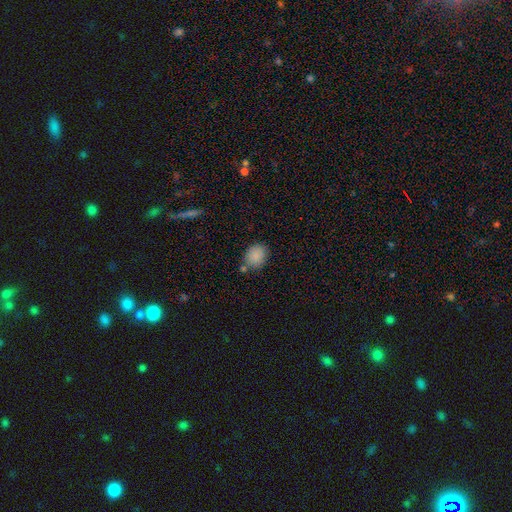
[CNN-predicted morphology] smooth_or_featured: smooth (p=0.87) [alt: star or artifact p=0.09]
how_rounded: round (p=0.55) [alt: in between p=0.44]
merging: none (p=0.72) [alt: minor disturbance p=0.14]